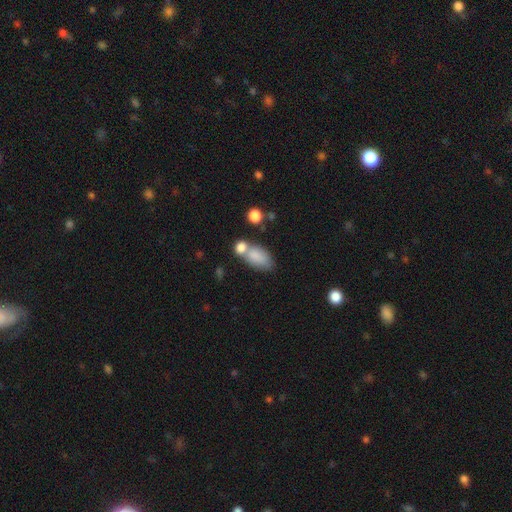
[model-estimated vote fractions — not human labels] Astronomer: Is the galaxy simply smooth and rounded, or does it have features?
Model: smooth — 81%.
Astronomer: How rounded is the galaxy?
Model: in between — 90%.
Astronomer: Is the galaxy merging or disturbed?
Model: merger — 42% (runner-up: none, 37%).